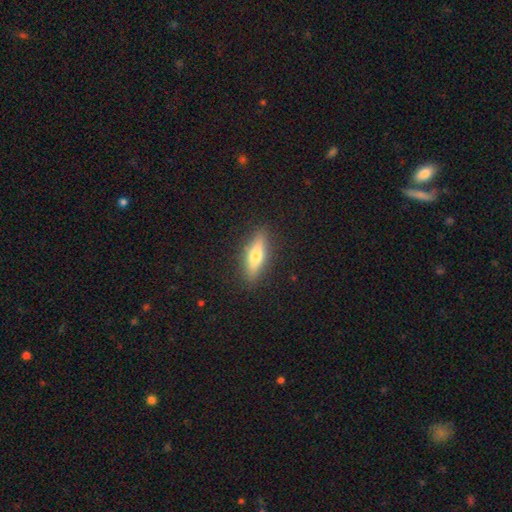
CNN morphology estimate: type=smooth (61%); roundness=cigar-shaped (54%); merging=none (88%).